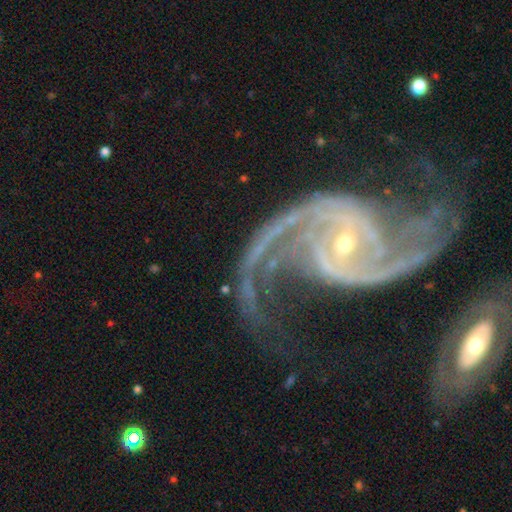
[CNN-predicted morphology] A featured or disk galaxy (76%) with no bar (43%), 2 (49%) tight (38%) spiral arms (89%) and a small central bulge (57%). Merging: none (49%).